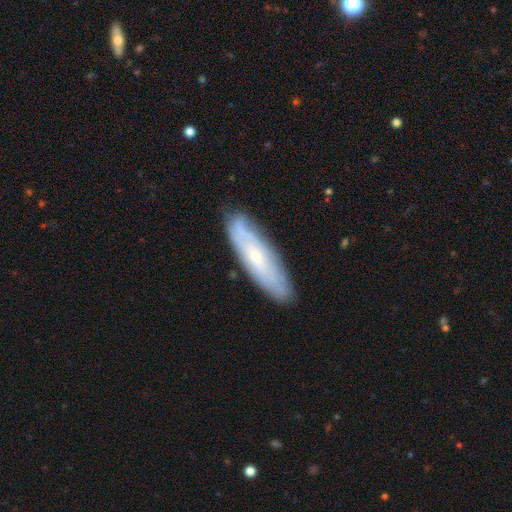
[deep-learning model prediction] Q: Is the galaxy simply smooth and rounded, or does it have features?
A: featured or disk — 54%.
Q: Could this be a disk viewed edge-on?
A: no — 65%.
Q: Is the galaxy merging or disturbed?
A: none — 82%.